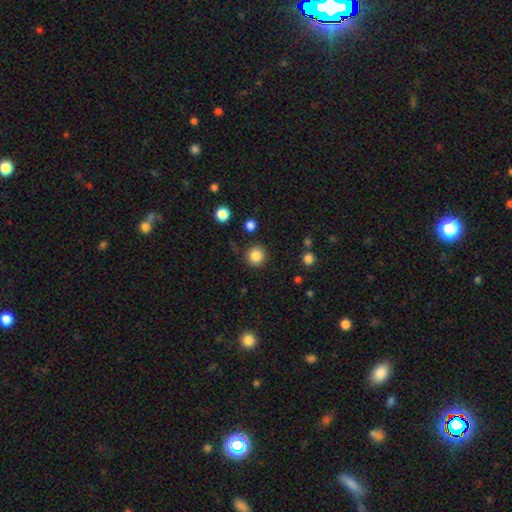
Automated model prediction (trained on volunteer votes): Smooth or featured? smooth (85%)
How rounded? round (94%)
Merging? none (89%)